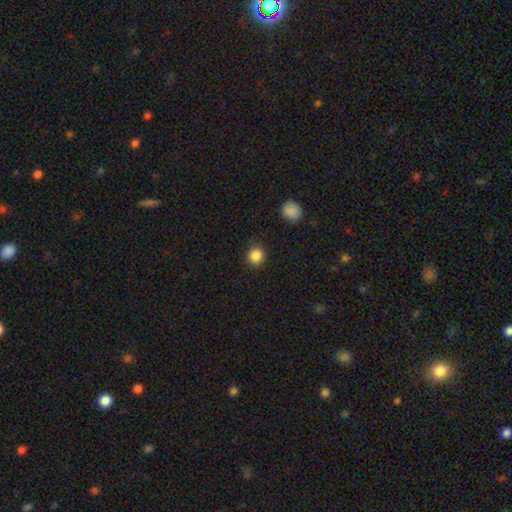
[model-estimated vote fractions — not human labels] Smooth or featured? smooth (86%)
How rounded? round (93%)
Merging? none (89%)